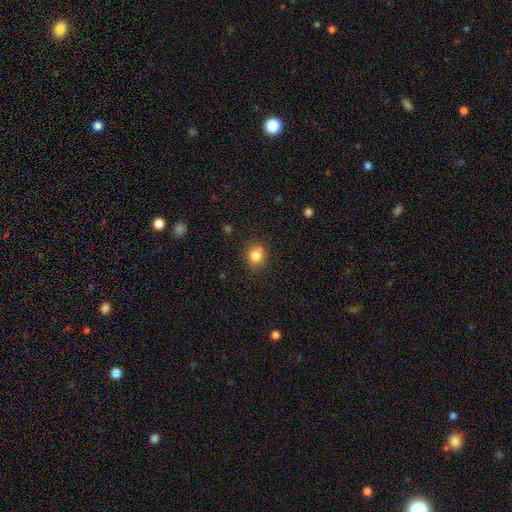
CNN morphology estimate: Overall: smooth (82%). How rounded: round (72%). Merging: none (77%).